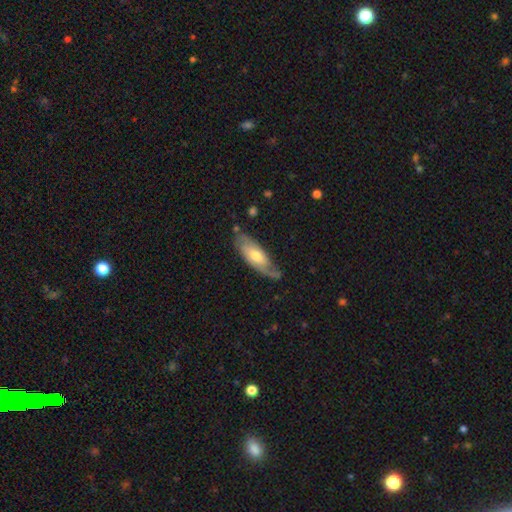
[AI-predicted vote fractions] The model was most divided on "bar": no: 63%, weak: 30%, strong: 7%. More confident: spiral arms — yes (86%); edge-on disk — no (83%); merging — none (70%); bulge size — moderate (68%); smooth or featured — featured or disk (67%).